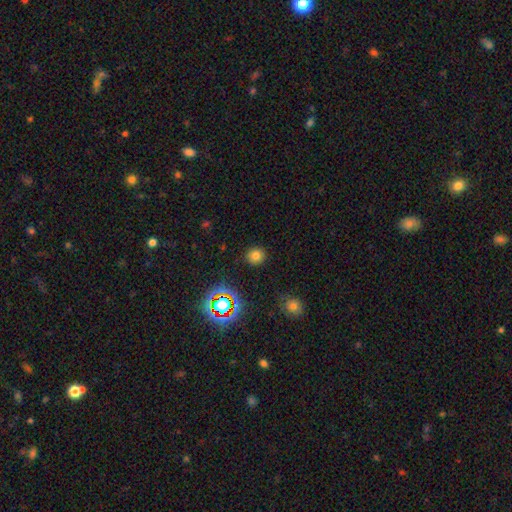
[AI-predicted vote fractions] Smooth or featured: smooth — 74% (star or artifact — 19%)
How rounded: round — 88% (in between — 11%)
Merging: none — 89% (minor disturbance — 7%)